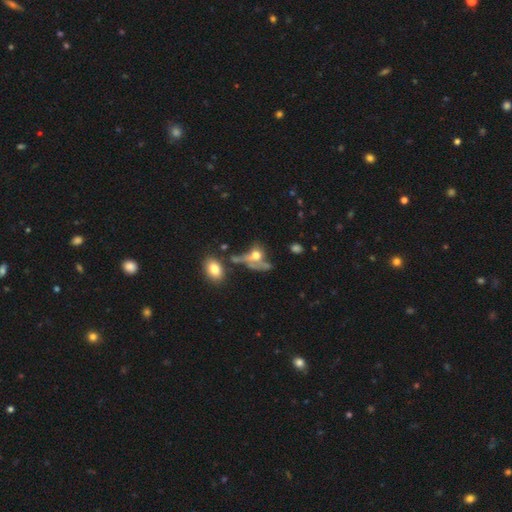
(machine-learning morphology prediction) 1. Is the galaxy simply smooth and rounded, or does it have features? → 54% smooth, 31% featured or disk, 15% star or artifact.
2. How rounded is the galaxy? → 50% in between, 45% round, 5% cigar-shaped.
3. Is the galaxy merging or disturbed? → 31% major disturbance, 27% merger, 26% none, 16% minor disturbance.